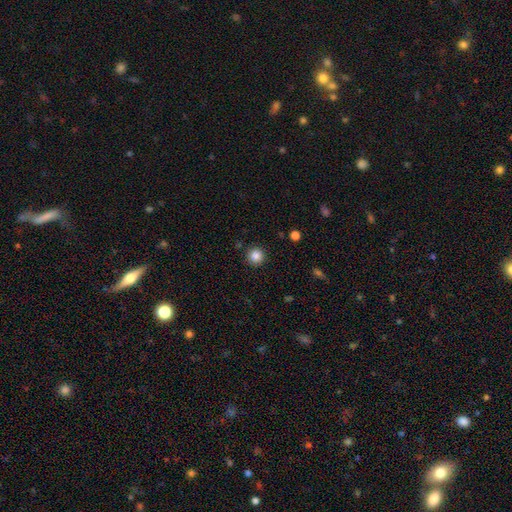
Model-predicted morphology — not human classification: The model was most divided on "smooth or featured": smooth: 85%, star or artifact: 11%, featured or disk: 4%. More confident: how rounded — round (95%); merging — none (91%).